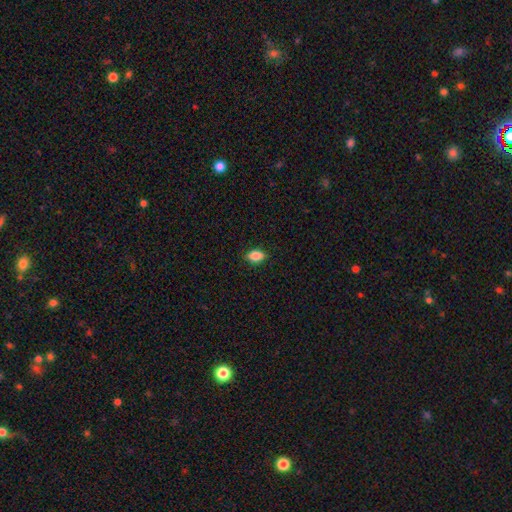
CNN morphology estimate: A smooth galaxy with no disk features (84%) that is in between round and cigar-shaped (84%). Merging: none (86%).